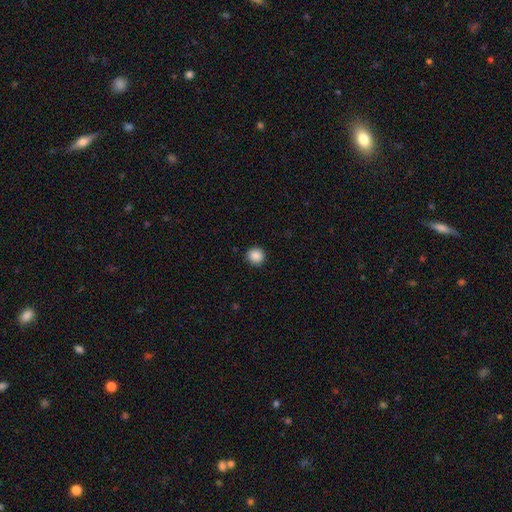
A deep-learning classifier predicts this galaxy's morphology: The model was most divided on "smooth or featured": smooth: 88%, star or artifact: 9%, featured or disk: 3%. More confident: how rounded — round (93%); merging — none (92%).